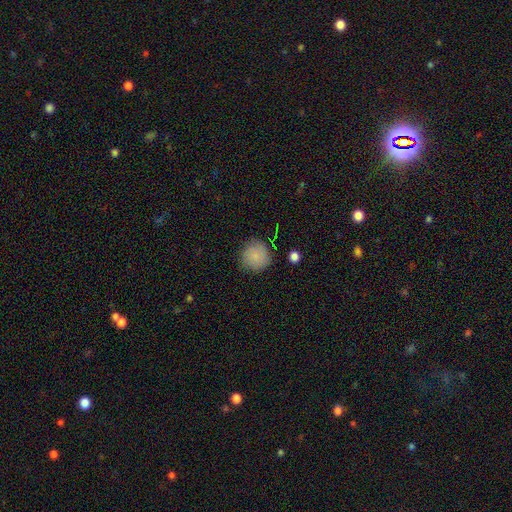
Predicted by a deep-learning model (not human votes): smooth 85%, star or artifact 9%, featured or disk 6%. Down the decision tree: how rounded — round (93%); merging — none (84%).